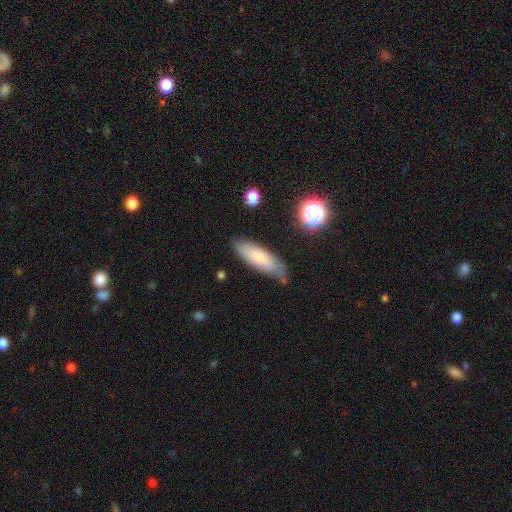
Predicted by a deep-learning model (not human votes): Smooth or featured? smooth (66%)
How rounded? in between (54%)
Merging? none (69%)